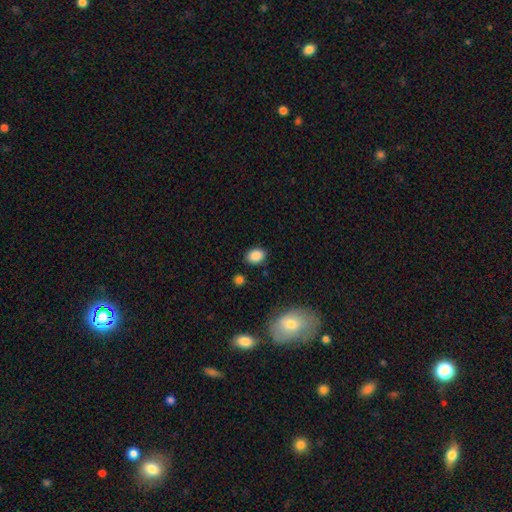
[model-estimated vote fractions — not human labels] smooth-or-featured: smooth: 87% | star or artifact: 9% | featured or disk: 4%
  how-rounded: in between: 71% | round: 28% | cigar-shaped: 1%
  merging: none: 84% | minor disturbance: 10% | major disturbance: 3% | merger: 2%